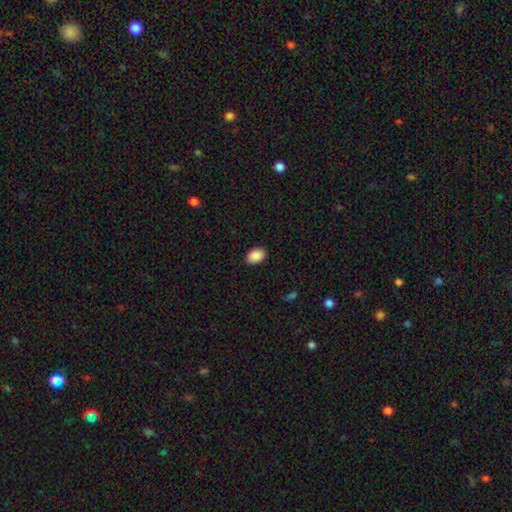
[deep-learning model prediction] A smooth galaxy with no disk features (91%) that is in between round and cigar-shaped (88%). Merging: none (89%).